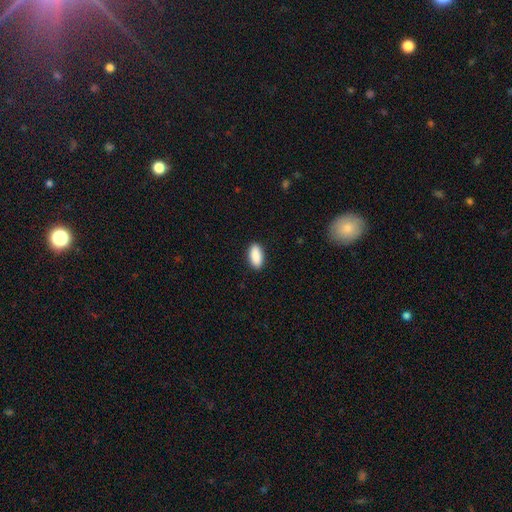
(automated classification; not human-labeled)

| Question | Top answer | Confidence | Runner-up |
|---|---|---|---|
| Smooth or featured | smooth | 91% | star or artifact (6%) |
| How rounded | in between | 90% | cigar-shaped (7%) |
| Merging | none | 90% | minor disturbance (7%) |